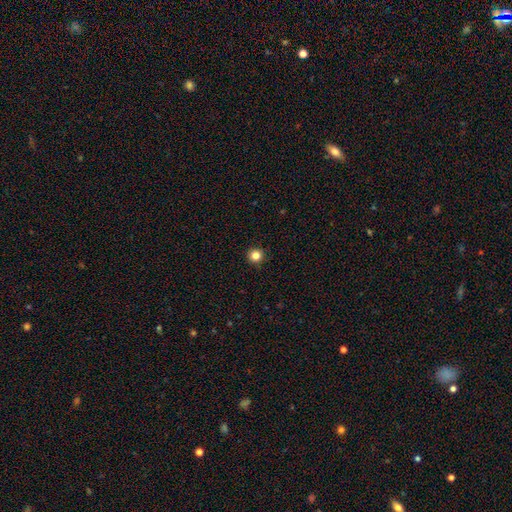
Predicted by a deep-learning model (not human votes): Smooth or featured: smooth — 83% (star or artifact — 12%)
How rounded: round — 95% (in between — 4%)
Merging: none — 93% (minor disturbance — 5%)